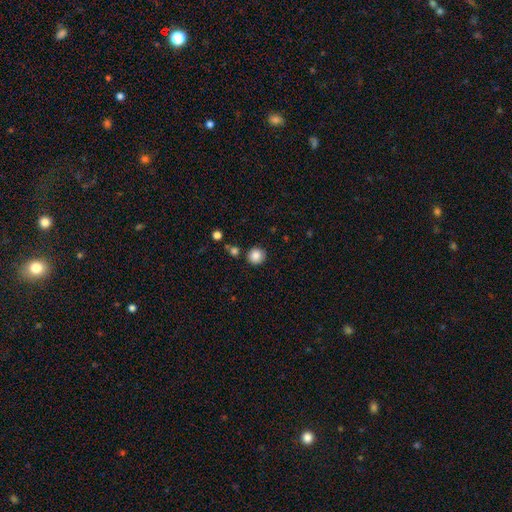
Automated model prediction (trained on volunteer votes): Overall: smooth (86%). How rounded: round (93%). Merging: none (86%).